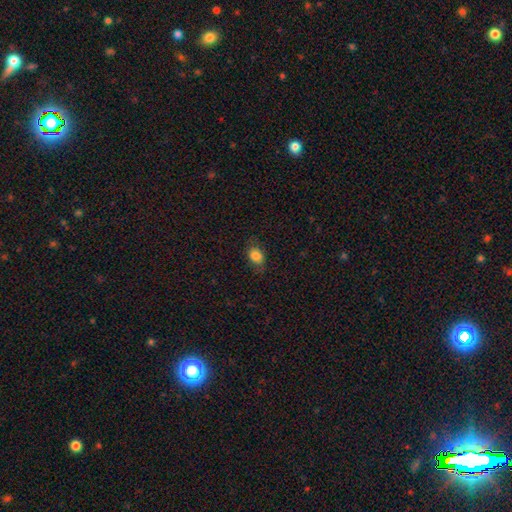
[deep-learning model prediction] This appears to be a smooth galaxy with no disk features (83%) that is in between round and cigar-shaped (70%). Merging: none (76%).